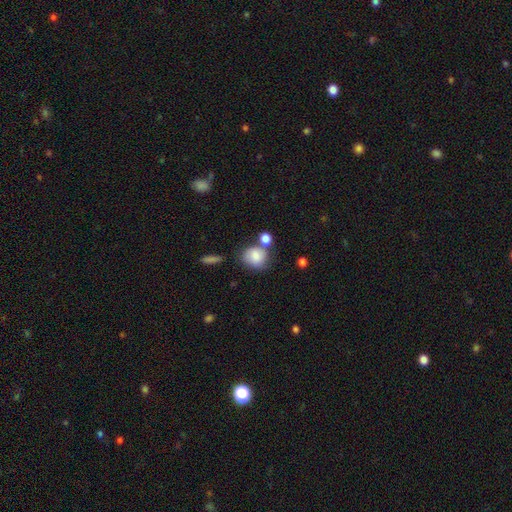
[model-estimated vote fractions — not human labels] Q: Smooth or featured?
A: smooth (81%); runner-up: featured or disk (10%)
Q: How rounded?
A: round (66%); runner-up: in between (33%)
Q: Merging?
A: none (49%); runner-up: merger (27%)